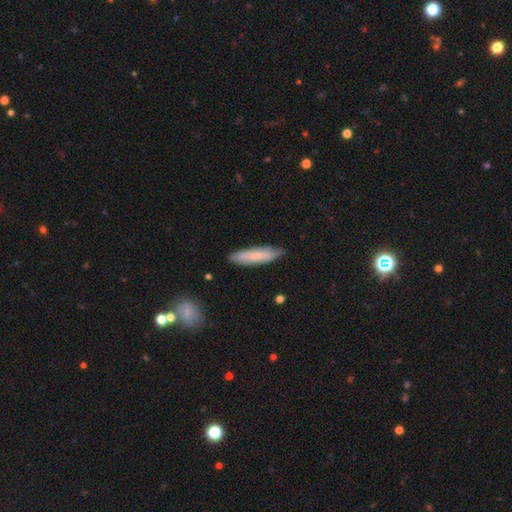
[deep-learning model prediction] Morphology: type=smooth (73%); roundness=cigar-shaped (76%); merging=none (82%).